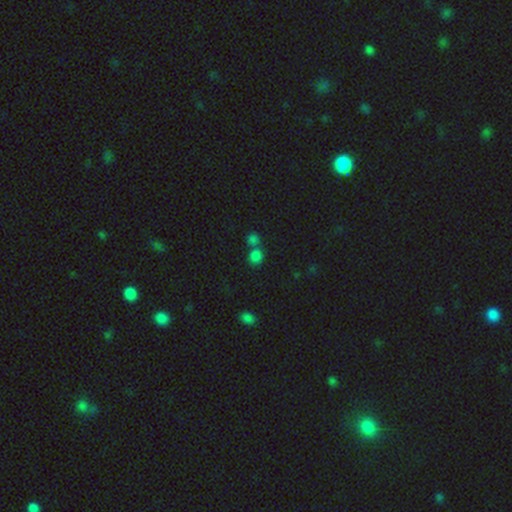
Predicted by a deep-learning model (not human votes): Morphology: type=smooth (77%); roundness=round (82%); merging=none (53%).